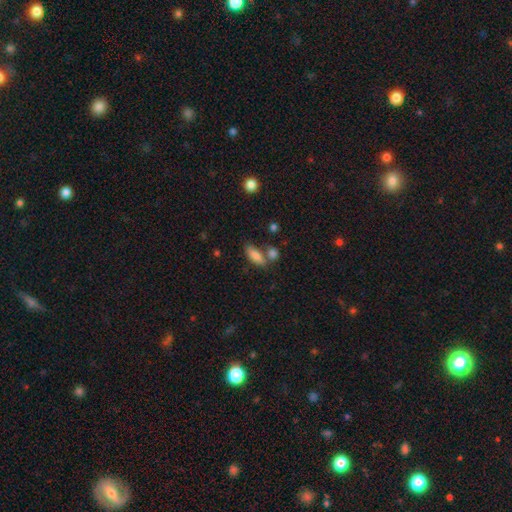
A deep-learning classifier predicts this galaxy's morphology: A smooth galaxy with no disk features (83%) that is in between round and cigar-shaped (74%). Merging: none (57%).